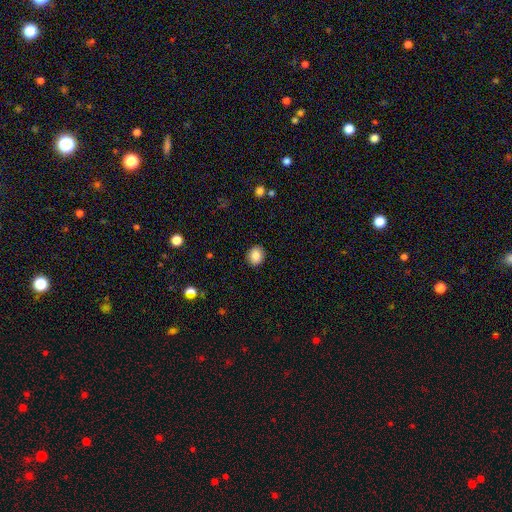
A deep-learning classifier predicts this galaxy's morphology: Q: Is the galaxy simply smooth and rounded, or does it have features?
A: smooth — 87%.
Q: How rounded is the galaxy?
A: round — 67%.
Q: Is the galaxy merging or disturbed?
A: none — 91%.